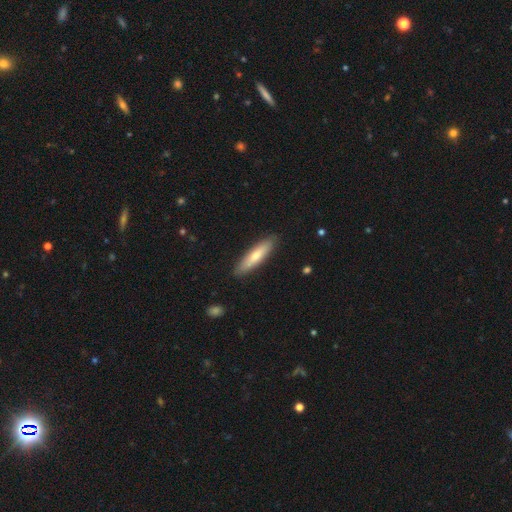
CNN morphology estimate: Smooth or featured?
  - smooth: 69% *
  - featured or disk: 26%
  - star or artifact: 5%
How rounded?
  - cigar-shaped: 74% *
  - in between: 24%
  - round: 1%
Merging?
  - none: 88% *
  - minor disturbance: 9%
  - major disturbance: 2%
  - merger: 1%